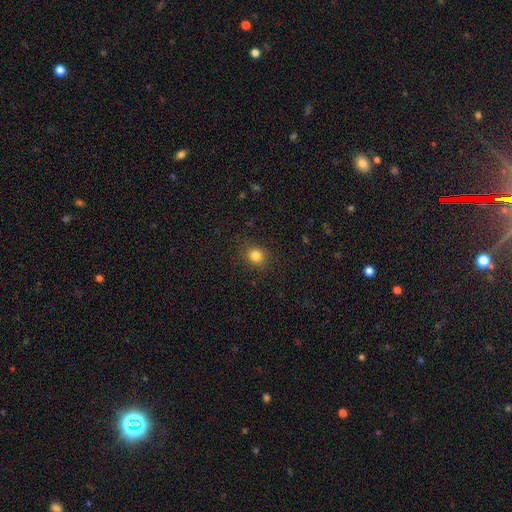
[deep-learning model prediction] smooth-or-featured: smooth: 83% | star or artifact: 12% | featured or disk: 5%
  how-rounded: round: 71% | in between: 28% | cigar-shaped: 1%
  merging: none: 87% | minor disturbance: 9% | major disturbance: 3% | merger: 1%